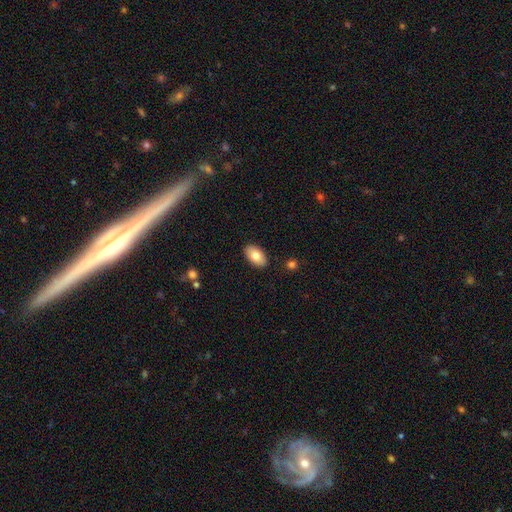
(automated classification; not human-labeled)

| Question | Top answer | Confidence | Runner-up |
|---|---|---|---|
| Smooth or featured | smooth | 79% | featured or disk (14%) |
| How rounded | in between | 94% | round (5%) |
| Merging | none | 89% | minor disturbance (8%) |